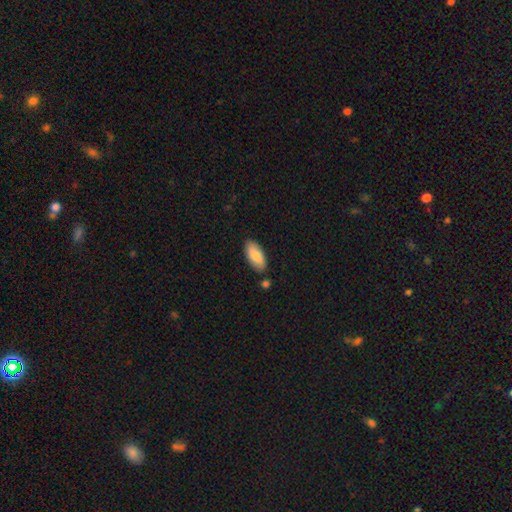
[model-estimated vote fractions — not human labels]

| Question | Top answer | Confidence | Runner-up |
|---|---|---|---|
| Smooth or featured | smooth | 82% | featured or disk (12%) |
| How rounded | in between | 89% | cigar-shaped (9%) |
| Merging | none | 83% | minor disturbance (11%) |